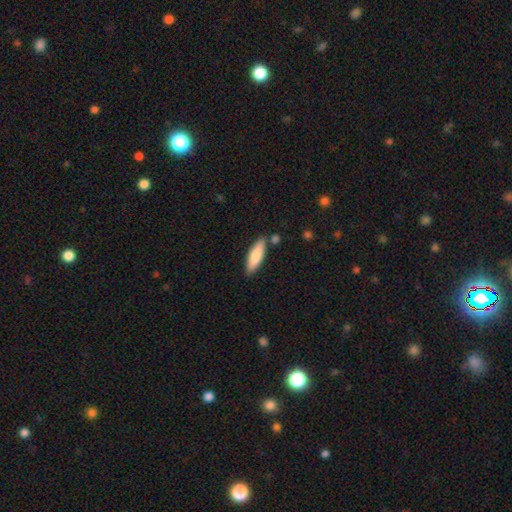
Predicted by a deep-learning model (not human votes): smooth 80%, featured or disk 14%, star or artifact 5%. Down the decision tree: how rounded — cigar-shaped (56%); merging — none (81%).